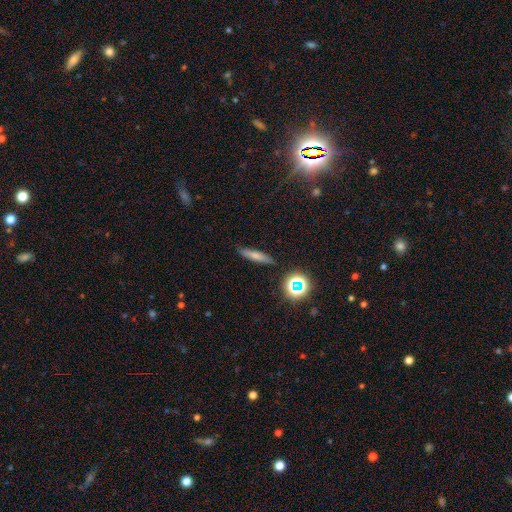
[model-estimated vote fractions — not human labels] Smooth or featured: smooth — 66% (featured or disk — 21%)
How rounded: cigar-shaped — 80% (in between — 15%)
Merging: none — 86% (minor disturbance — 10%)